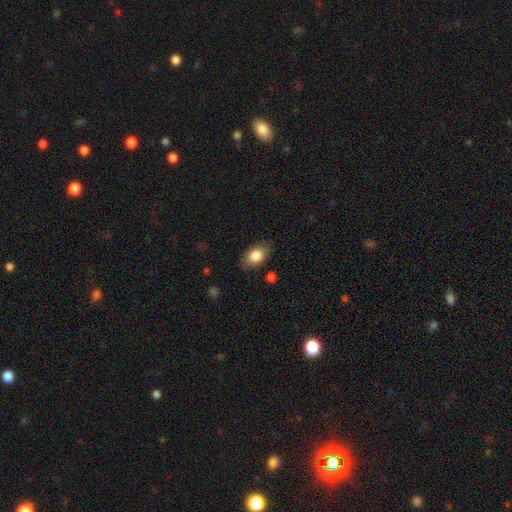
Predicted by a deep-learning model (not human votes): A smooth galaxy with no disk features (80%) that is in between round and cigar-shaped (88%). Merging: none (83%).